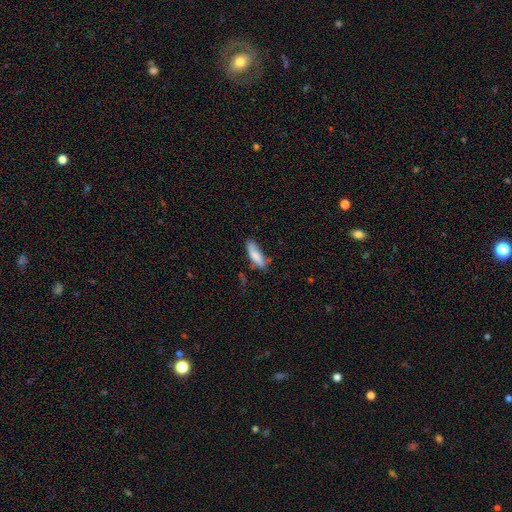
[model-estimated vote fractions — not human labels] This is likely a smooth galaxy (78%). How rounded: possibly cigar-shaped (49%, tied with in between). Merging: likely none (62%).